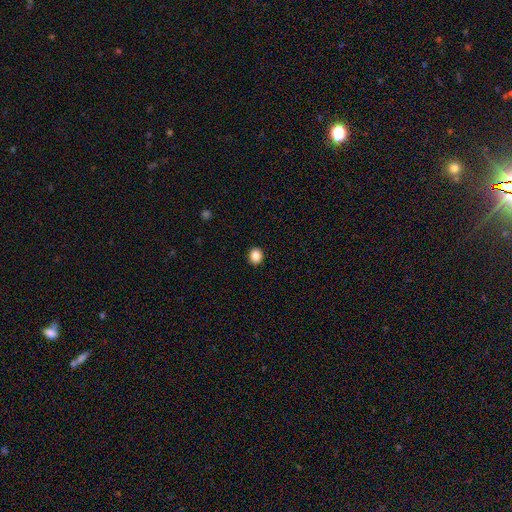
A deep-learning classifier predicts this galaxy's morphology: Q: Smooth or featured?
A: smooth (86%); runner-up: star or artifact (10%)
Q: How rounded?
A: round (76%); runner-up: in between (23%)
Q: Merging?
A: none (92%); runner-up: minor disturbance (5%)